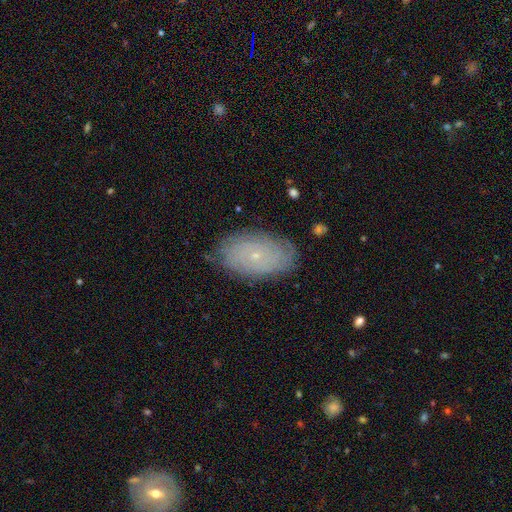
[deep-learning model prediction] Smooth or featured? featured or disk (59%)
Edge-on disk? no (93%)
Bar? no (86%)
Spiral arms? yes (80%)
Bulge size? small (85%)
Merging? none (80%)